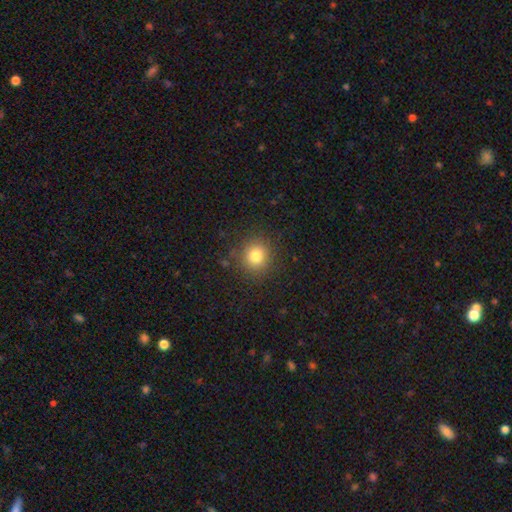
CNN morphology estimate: This is likely a smooth galaxy (79%). How rounded: clearly round (89%). Merging: clearly none (87%).